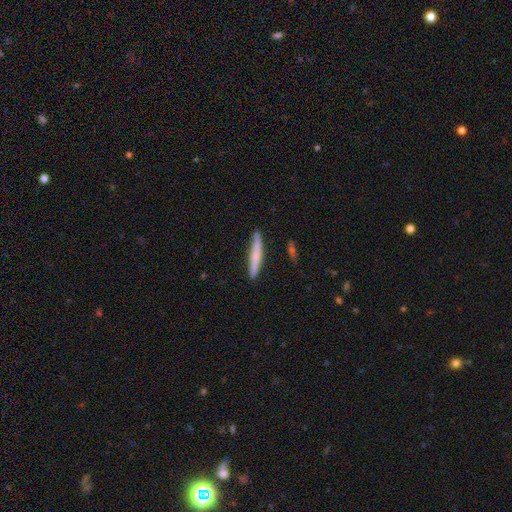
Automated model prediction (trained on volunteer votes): Smooth or featured: smooth — 59% (featured or disk — 35%)
How rounded: cigar-shaped — 95% (in between — 3%)
Merging: none — 89% (minor disturbance — 8%)